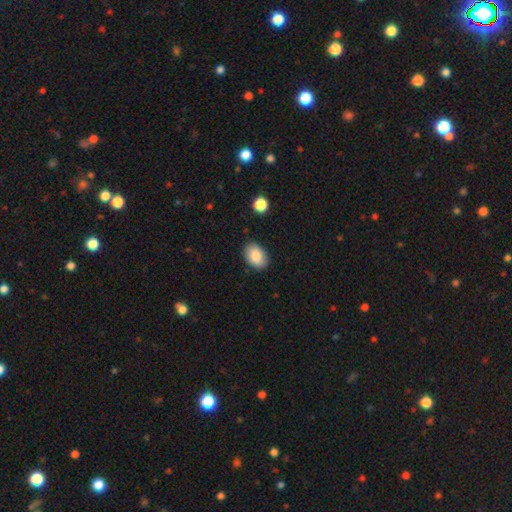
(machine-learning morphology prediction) smooth 85%, featured or disk 8%, star or artifact 7%. Down the decision tree: how rounded — in between (86%); merging — none (86%).